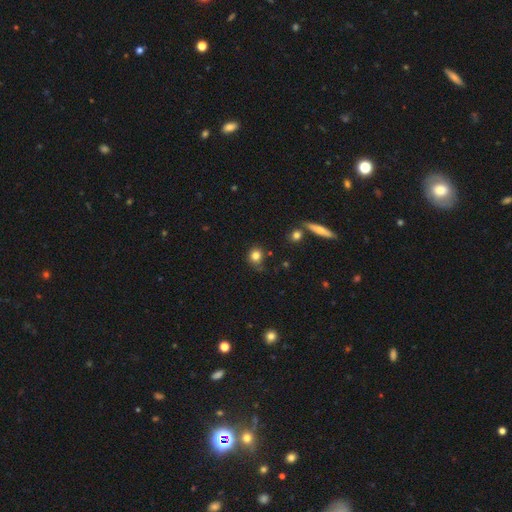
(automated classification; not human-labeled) A smooth galaxy with no disk features (81%) that is round (82%).

Vote fractions:
- Smooth or featured? smooth: 81% / star or artifact: 12% / featured or disk: 7%
- How rounded? round: 82% / in between: 16% / cigar-shaped: 1%
- Merging? none: 72% / minor disturbance: 19% / merger: 5% / major disturbance: 5%